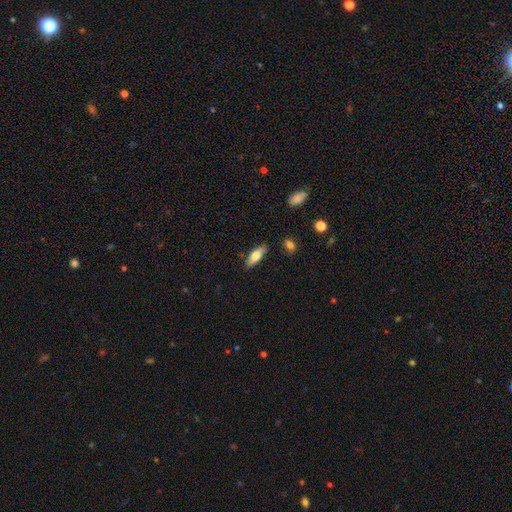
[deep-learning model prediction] smooth-or-featured: smooth: 73% | featured or disk: 20% | star or artifact: 6%
  how-rounded: in between: 65% | cigar-shaped: 33% | round: 2%
  merging: none: 84% | minor disturbance: 11% | major disturbance: 2% | merger: 2%